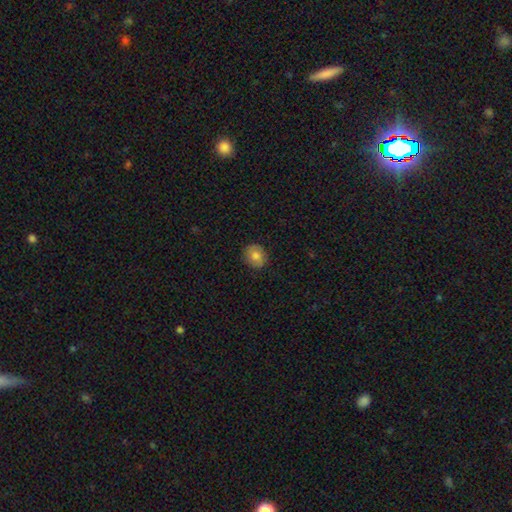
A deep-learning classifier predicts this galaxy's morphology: A smooth galaxy with no disk features (79%) that is round (74%). Merging: none (85%).